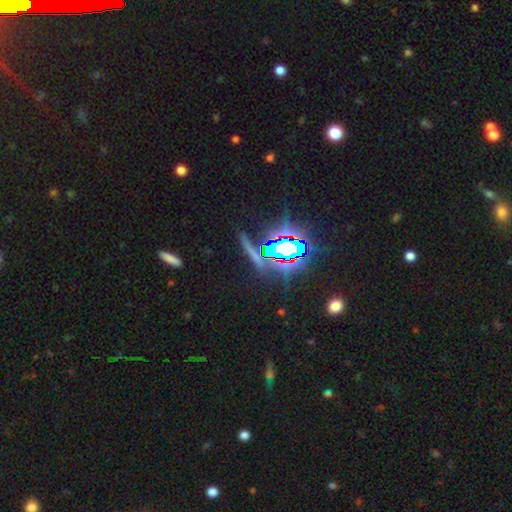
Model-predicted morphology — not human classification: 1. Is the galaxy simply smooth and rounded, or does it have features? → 63% star or artifact, 19% featured or disk, 18% smooth.